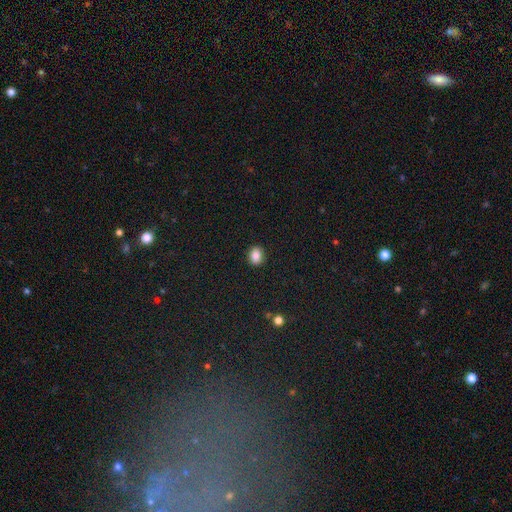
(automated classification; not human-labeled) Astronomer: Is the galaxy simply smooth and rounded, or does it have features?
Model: smooth — 86%.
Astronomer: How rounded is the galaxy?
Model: in between — 50% (runner-up: round, 49%).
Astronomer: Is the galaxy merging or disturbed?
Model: none — 90%.